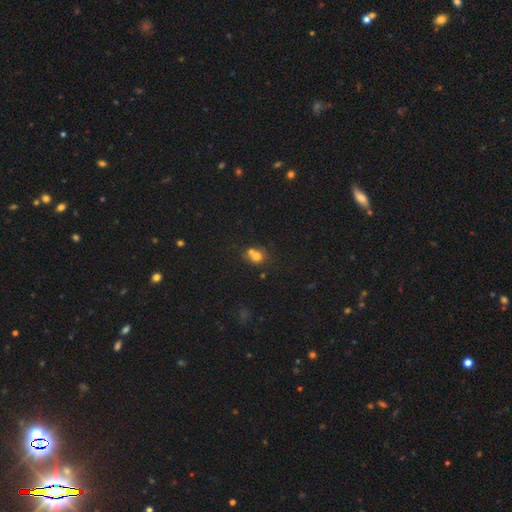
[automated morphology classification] Smooth or featured: smooth — 70% (featured or disk — 15%)
How rounded: round — 75% (in between — 24%)
Merging: merger — 50% (none — 37%)